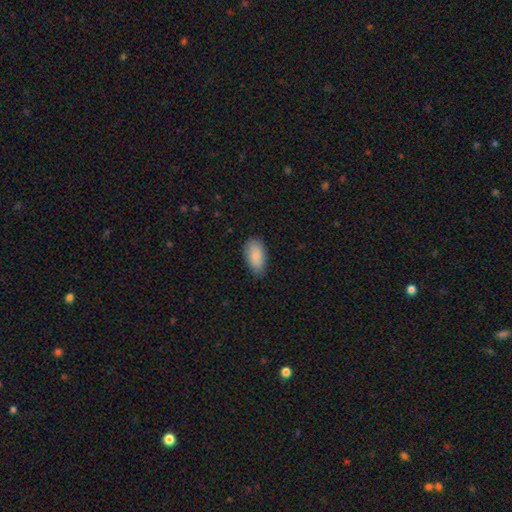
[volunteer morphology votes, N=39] type=smooth (90%); roundness=in between (94%); merging=none (66%).